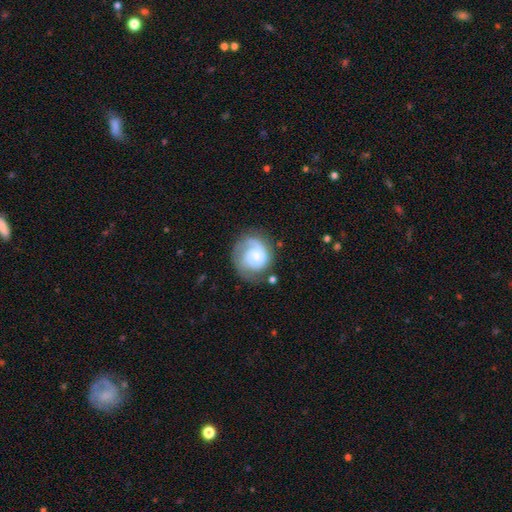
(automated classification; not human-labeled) Smooth or featured? Predicted: featured or disk (p=0.69). Edge-on disk? Predicted: no (p=0.98). Bar? Predicted: no (p=0.54). Spiral arms? Predicted: yes (p=0.93). Spiral winding? Predicted: tight (p=0.47). Spiral arm count? Predicted: 2 (p=0.45). Bulge size? Predicted: small (p=0.45). Merging? Predicted: none (p=0.64).